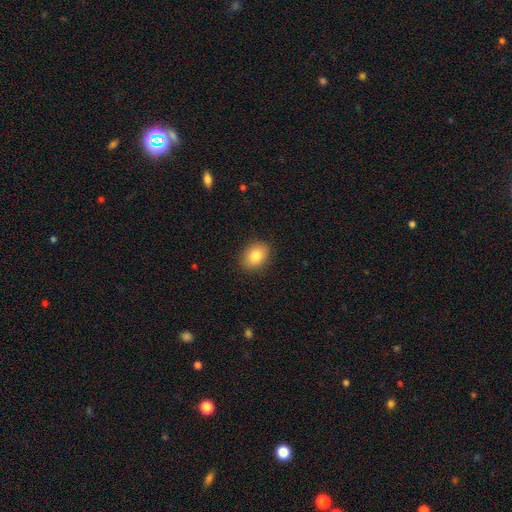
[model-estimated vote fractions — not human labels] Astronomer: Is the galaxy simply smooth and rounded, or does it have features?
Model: smooth — 85%.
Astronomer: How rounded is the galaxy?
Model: in between — 69%.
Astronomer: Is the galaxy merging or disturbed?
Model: none — 89%.